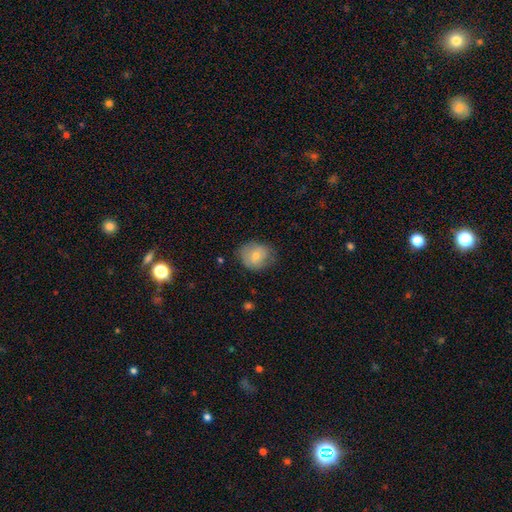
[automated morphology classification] smooth 67%, featured or disk 23%, star or artifact 10%. Down the decision tree: how rounded — round (65%); merging — none (73%).